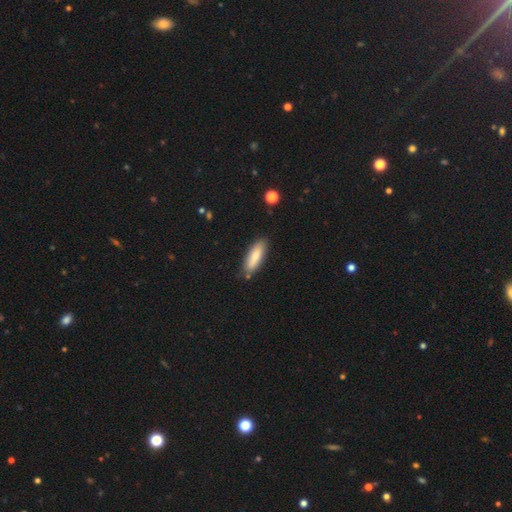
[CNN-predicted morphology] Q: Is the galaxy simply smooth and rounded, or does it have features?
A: smooth — 78%.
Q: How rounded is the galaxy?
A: in between — 55%.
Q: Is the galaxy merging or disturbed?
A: none — 82%.